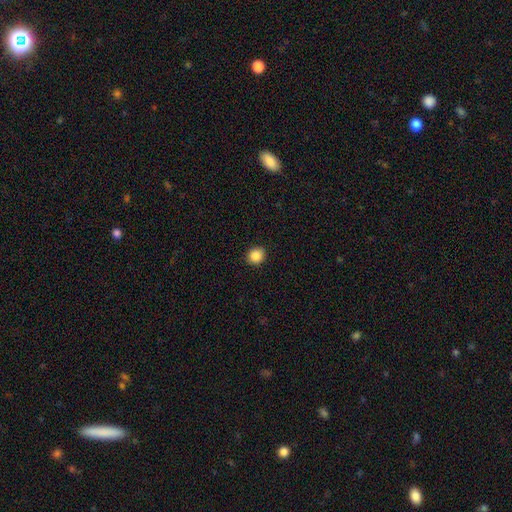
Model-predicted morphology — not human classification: A smooth galaxy with no disk features (87%) that is round (83%). Merging: none (91%).